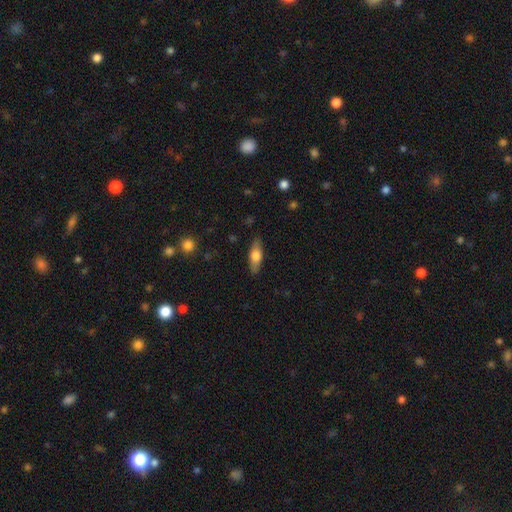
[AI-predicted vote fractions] Smooth or featured?
  - smooth: 60% *
  - featured or disk: 34%
  - star or artifact: 6%
How rounded?
  - in between: 60% *
  - cigar-shaped: 37%
  - round: 3%
Merging?
  - none: 84% *
  - minor disturbance: 12%
  - major disturbance: 3%
  - merger: 1%